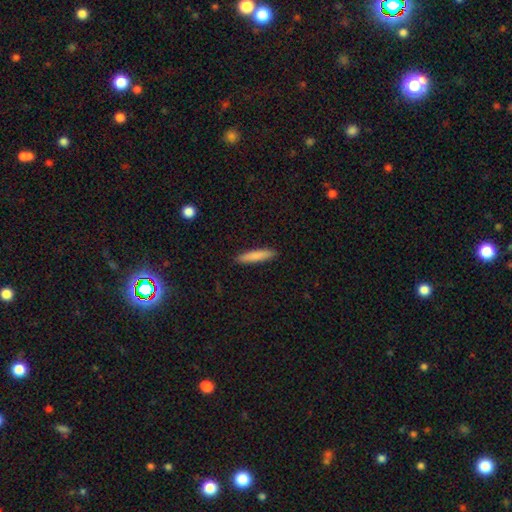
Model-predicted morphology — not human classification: This appears to be a smooth galaxy with no disk features (82%) that is cigar-shaped (88%). Merging: none (91%).